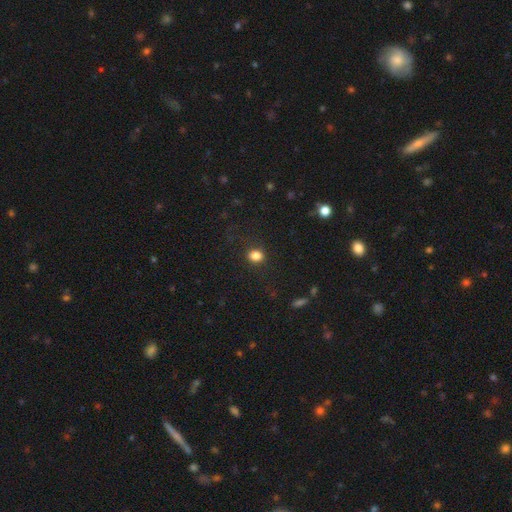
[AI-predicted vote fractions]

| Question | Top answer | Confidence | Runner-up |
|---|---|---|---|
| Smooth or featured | smooth | 84% | star or artifact (12%) |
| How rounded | round | 59% | in between (40%) |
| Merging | none | 84% | minor disturbance (11%) |